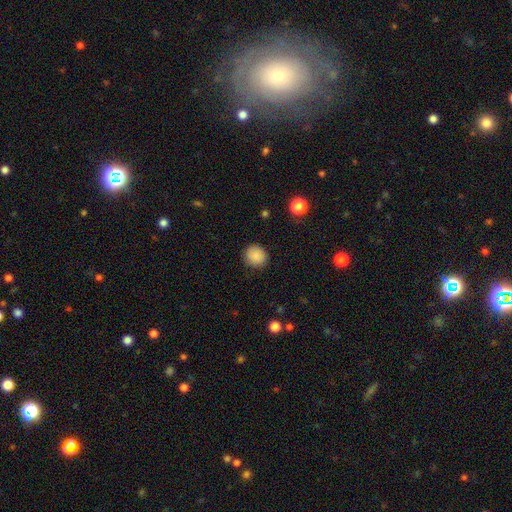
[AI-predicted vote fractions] A smooth galaxy with no disk features (87%) that is round (87%). Merging: none (88%).